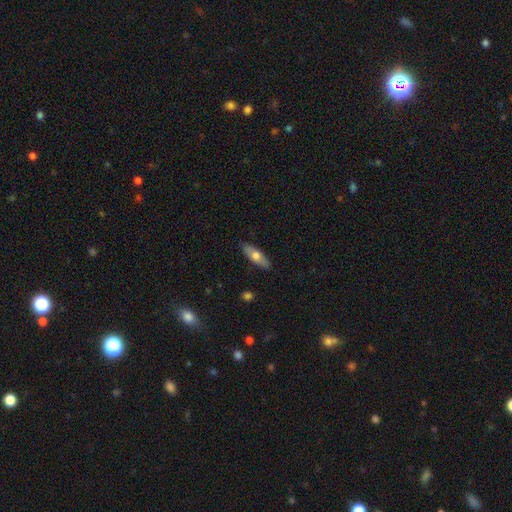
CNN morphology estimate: A smooth galaxy with no disk features (62%) that is in between round and cigar-shaped (57%).

Vote fractions:
- Smooth or featured? smooth: 62% / featured or disk: 32% / star or artifact: 6%
- How rounded? in between: 57% / cigar-shaped: 40% / round: 3%
- Merging? none: 88% / minor disturbance: 9% / major disturbance: 2% / merger: 1%